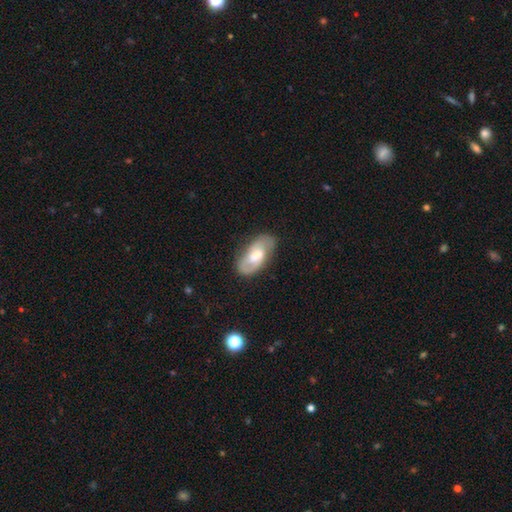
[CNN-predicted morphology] A featured or disk galaxy (53%). Merging: none (70%).